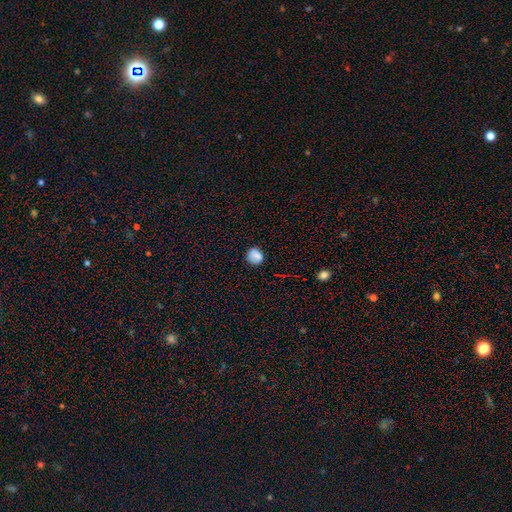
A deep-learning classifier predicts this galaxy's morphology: Smooth or featured? smooth (83%)
How rounded? round (75%)
Merging? none (82%)